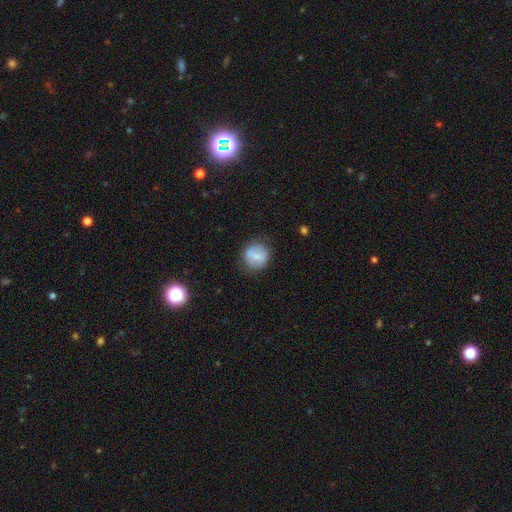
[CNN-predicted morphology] smooth_or_featured: smooth (p=0.64) [alt: featured or disk p=0.28]
how_rounded: round (p=0.82) [alt: in between p=0.17]
merging: none (p=0.79) [alt: minor disturbance p=0.14]